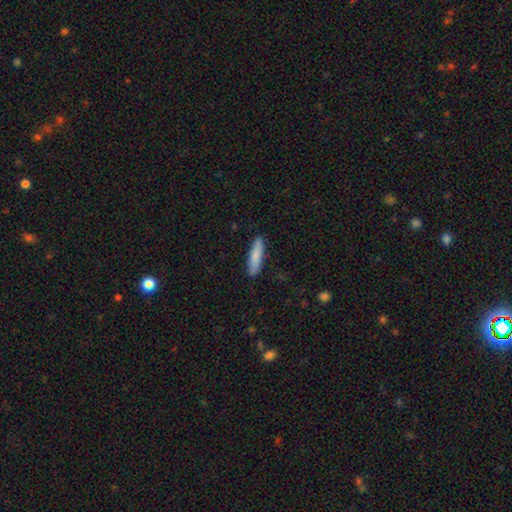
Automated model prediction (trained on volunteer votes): Smooth or featured: smooth — 82% (featured or disk — 13%)
How rounded: cigar-shaped — 76% (in between — 22%)
Merging: none — 88% (minor disturbance — 9%)